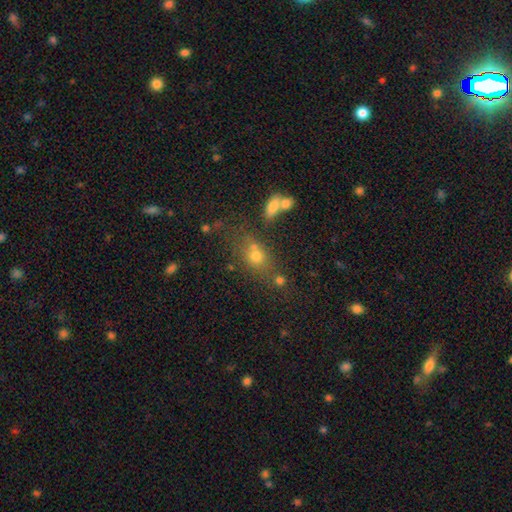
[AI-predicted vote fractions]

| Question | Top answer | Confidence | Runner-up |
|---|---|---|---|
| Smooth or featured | smooth | 65% | star or artifact (19%) |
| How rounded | in between | 54% | round (41%) |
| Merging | none | 55% | merger (21%) |